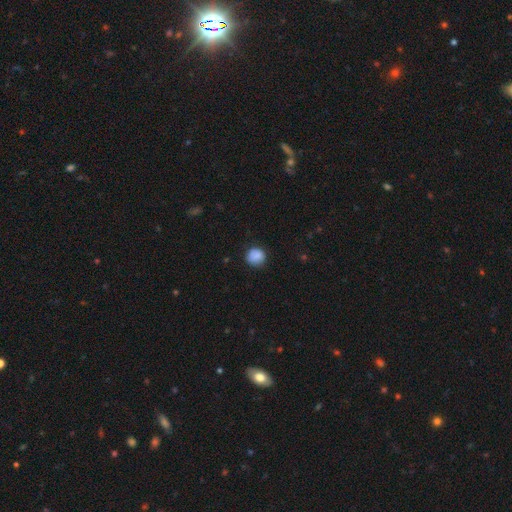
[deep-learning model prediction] smooth_or_featured: smooth (p=0.85) [alt: star or artifact p=0.09]
how_rounded: round (p=0.86) [alt: in between p=0.13]
merging: none (p=0.77) [alt: minor disturbance p=0.18]